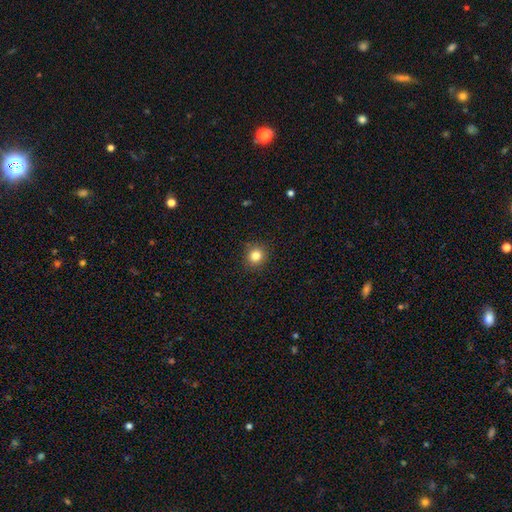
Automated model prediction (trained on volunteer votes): A smooth galaxy with no disk features (83%) that is round (88%).

Vote fractions:
- Smooth or featured? smooth: 83% / star or artifact: 12% / featured or disk: 5%
- How rounded? round: 88% / in between: 11% / cigar-shaped: 1%
- Merging? none: 90% / minor disturbance: 7% / major disturbance: 2% / merger: 1%